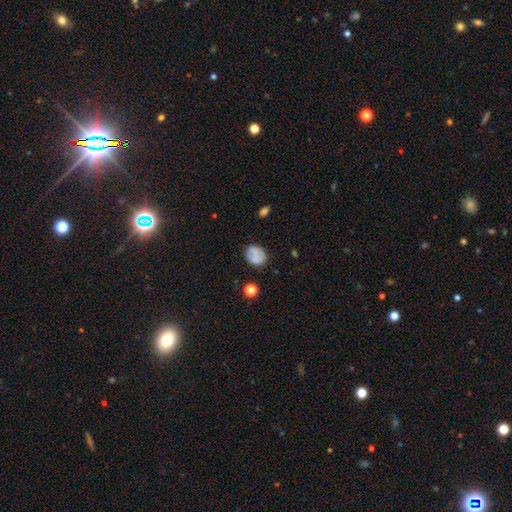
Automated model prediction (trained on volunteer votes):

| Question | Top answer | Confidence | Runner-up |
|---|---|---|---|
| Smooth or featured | smooth | 67% | featured or disk (23%) |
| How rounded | round | 58% | in between (41%) |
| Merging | none | 77% | minor disturbance (16%) |